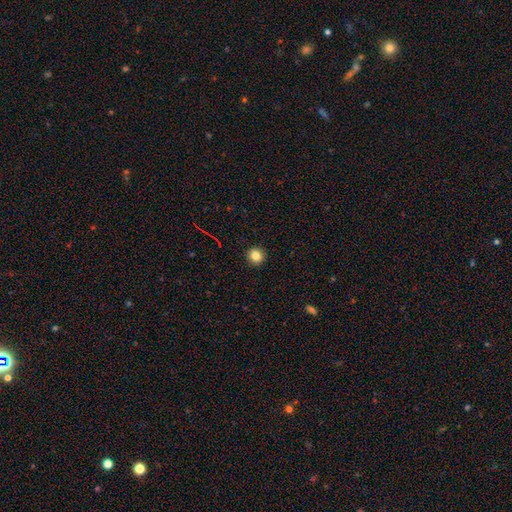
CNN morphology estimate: This is clearly a smooth galaxy (83%). How rounded: clearly round (89%). Merging: clearly none (92%).